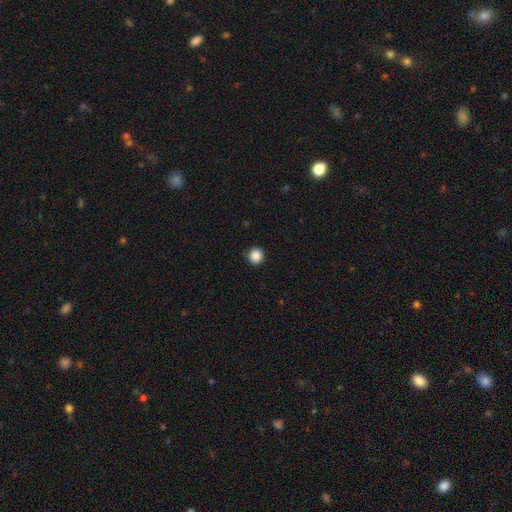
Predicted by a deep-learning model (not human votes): Morphology: type=smooth (88%); roundness=round (95%); merging=none (93%).